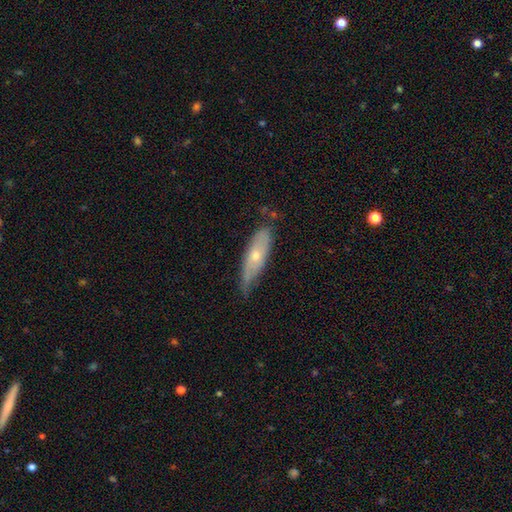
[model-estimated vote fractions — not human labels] Smooth or featured? featured or disk (49%)
Merging? none (57%)